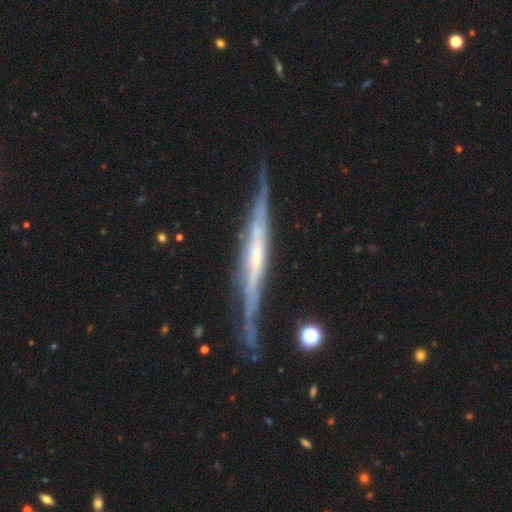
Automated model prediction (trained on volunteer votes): This is clearly a featured or disk galaxy (82%). It is clearly viewed edge-on (94%). Edge-on bulge: possibly none (53%). Merging: likely none (76%).